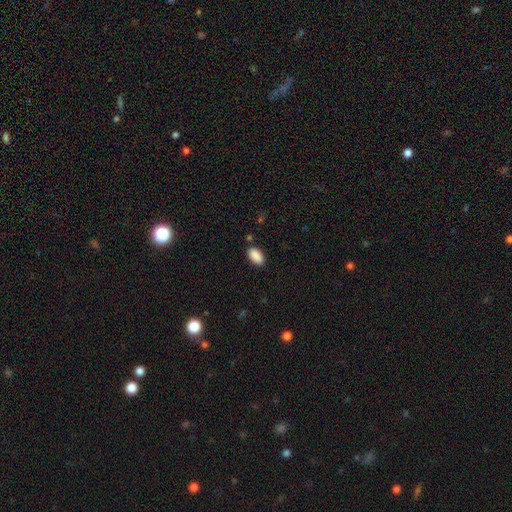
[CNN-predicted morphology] smooth_or_featured: smooth (p=0.90) [alt: star or artifact p=0.07]
how_rounded: in between (p=0.94) [alt: round p=0.04]
merging: none (p=0.85) [alt: minor disturbance p=0.10]